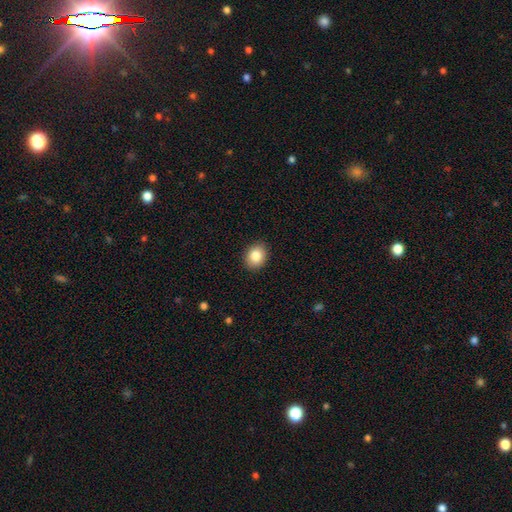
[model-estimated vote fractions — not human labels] Smooth or featured?
  - smooth: 85% *
  - star or artifact: 8%
  - featured or disk: 7%
How rounded?
  - round: 50% *
  - in between: 49%
  - cigar-shaped: 1%
Merging?
  - none: 90% *
  - minor disturbance: 7%
  - major disturbance: 2%
  - merger: 1%